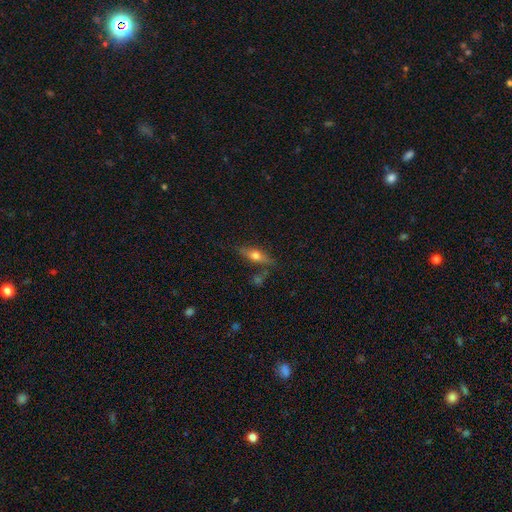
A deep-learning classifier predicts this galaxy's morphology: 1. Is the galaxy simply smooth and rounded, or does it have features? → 49% smooth, 42% featured or disk, 9% star or artifact.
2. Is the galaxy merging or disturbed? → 72% none, 16% minor disturbance, 7% merger, 5% major disturbance.